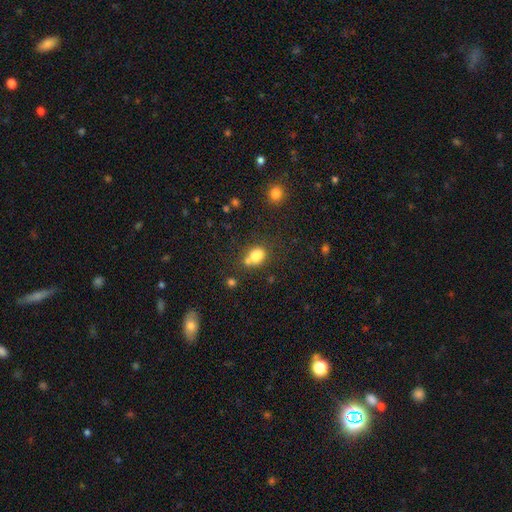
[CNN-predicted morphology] This appears to be a smooth galaxy with no disk features (74%) that is in between round and cigar-shaped (56%). Merging: merger (41%).